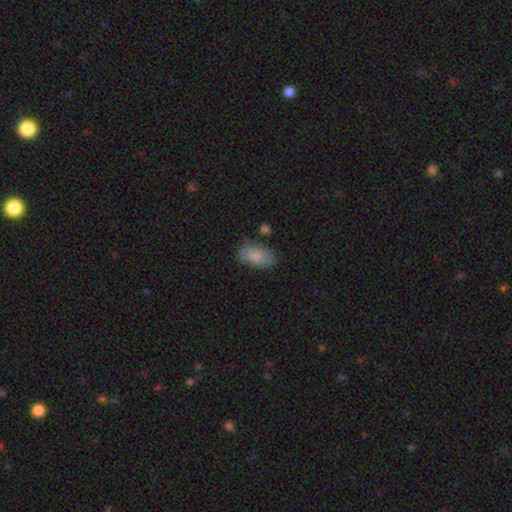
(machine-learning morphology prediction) Overall: smooth (80%). How rounded: in between (92%). Merging: none (64%; minor disturbance 25%).